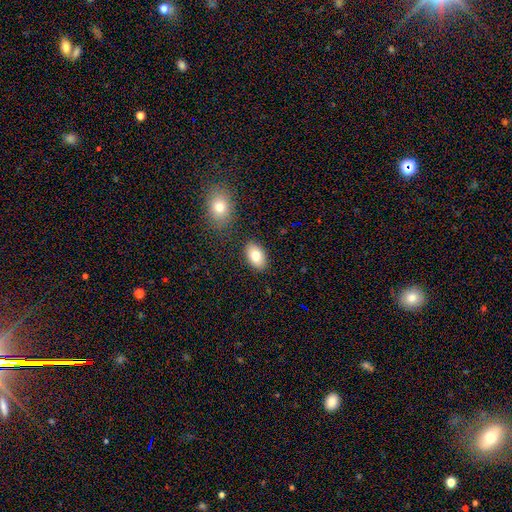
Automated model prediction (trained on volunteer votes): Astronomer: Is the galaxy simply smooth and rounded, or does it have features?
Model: smooth — 79%.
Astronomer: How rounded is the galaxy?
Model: in between — 90%.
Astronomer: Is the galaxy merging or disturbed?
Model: none — 85%.